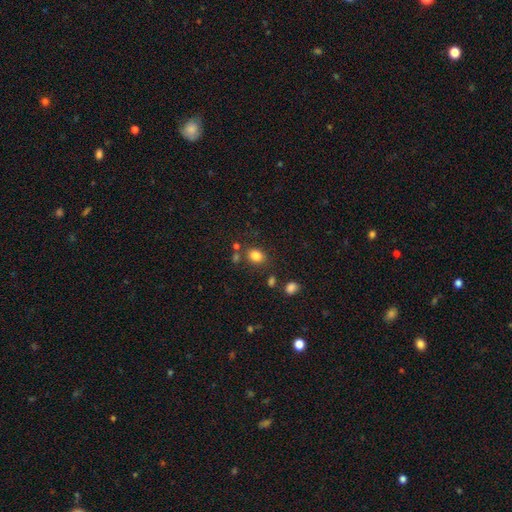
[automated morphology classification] The model was most divided on "how rounded": in between: 53%, round: 46%, cigar-shaped: 1%. More confident: smooth or featured — smooth (83%); merging — none (75%).